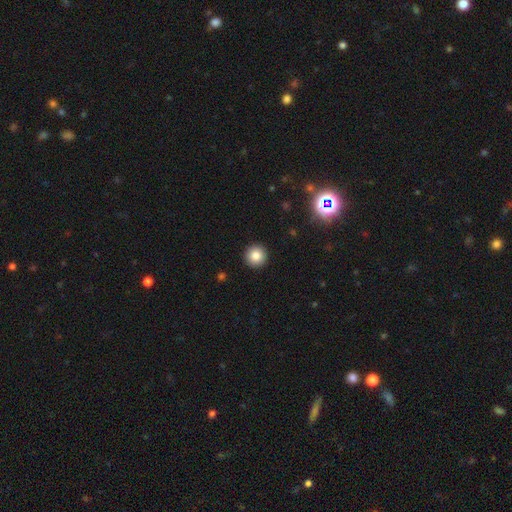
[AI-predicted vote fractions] A smooth galaxy with no disk features (83%) that is round (96%). Merging: none (93%).